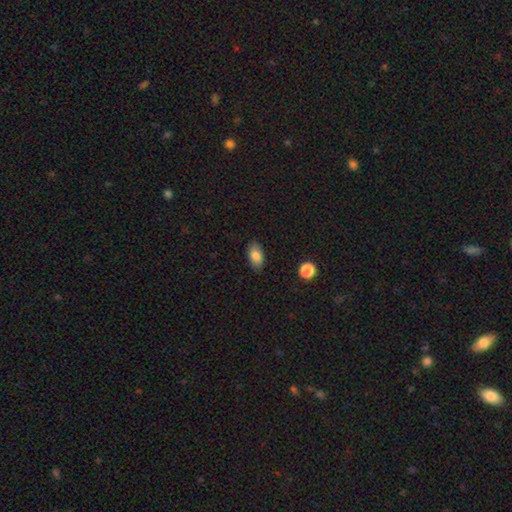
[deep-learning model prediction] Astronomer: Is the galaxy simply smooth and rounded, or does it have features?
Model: smooth — 84%.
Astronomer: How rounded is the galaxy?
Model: in between — 91%.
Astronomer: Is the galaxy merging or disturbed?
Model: none — 86%.